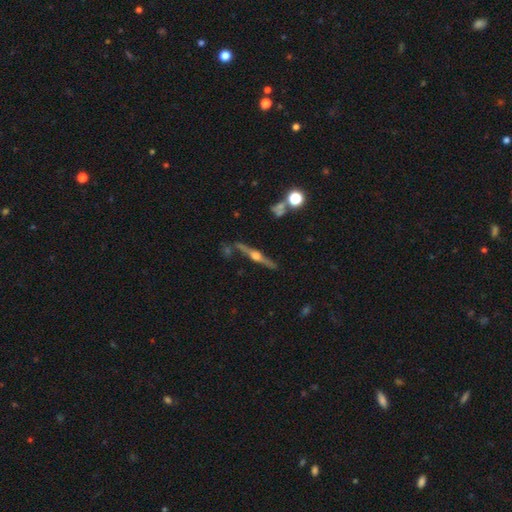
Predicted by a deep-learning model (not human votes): Overall: featured or disk (86%). Edge-on disk: yes (98%). Edge-on bulge: rounded (95%). Merging: none (84%).